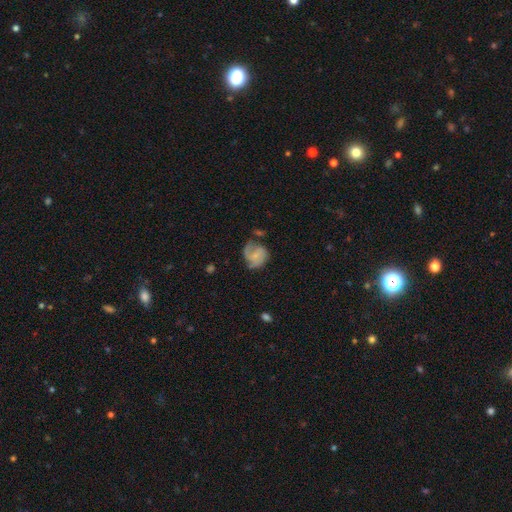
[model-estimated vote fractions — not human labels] A featured or disk galaxy (53%) with no bar (61%), spiral arms (81%) and a small central bulge (58%).

Vote fractions:
- Smooth or featured? featured or disk: 53% / smooth: 39% / star or artifact: 8%
- Edge-on disk? no: 98% / yes: 2%
- Bar? no: 61% / weak: 33% / strong: 6%
- Spiral arms? yes: 81% / no: 19%
- Bulge size? small: 58% / none: 21% / moderate: 18% / large: 2% / dominant: 1%
- Merging? none: 46% / minor disturbance: 28% / major disturbance: 21% / merger: 6%